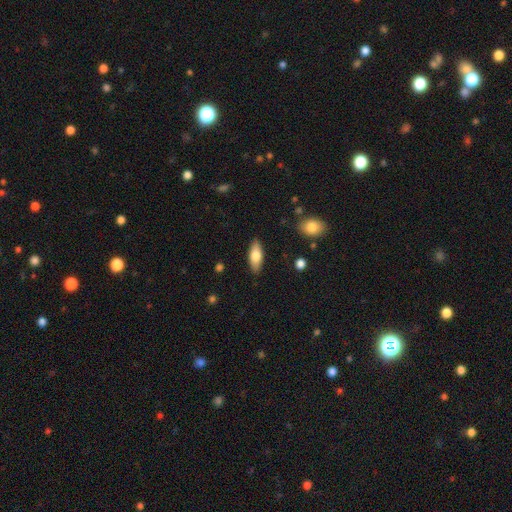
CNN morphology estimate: Q: Smooth or featured?
A: smooth (72%); runner-up: featured or disk (22%)
Q: How rounded?
A: in between (74%); runner-up: cigar-shaped (24%)
Q: Merging?
A: none (88%); runner-up: minor disturbance (9%)